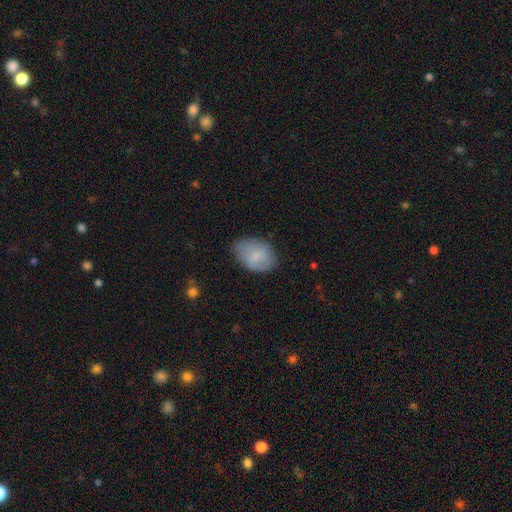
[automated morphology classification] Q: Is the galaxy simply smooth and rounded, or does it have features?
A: smooth — 74%.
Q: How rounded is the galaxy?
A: in between — 78%.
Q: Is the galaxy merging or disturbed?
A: none — 70%.